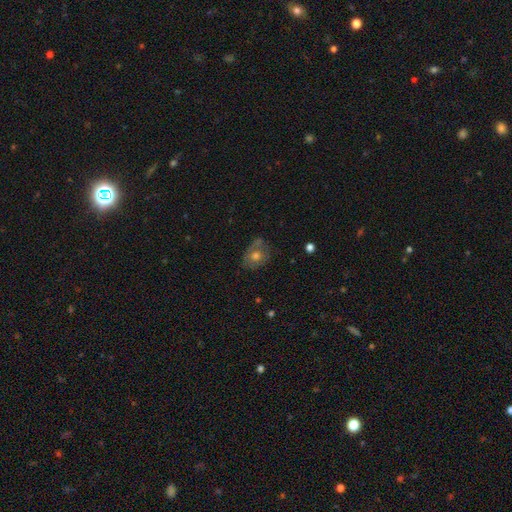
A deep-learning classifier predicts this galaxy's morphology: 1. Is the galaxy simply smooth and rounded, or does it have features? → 56% smooth, 31% featured or disk, 13% star or artifact.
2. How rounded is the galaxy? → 50% in between, 49% round, 1% cigar-shaped.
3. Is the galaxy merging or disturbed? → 61% none, 26% minor disturbance, 9% major disturbance, 4% merger.